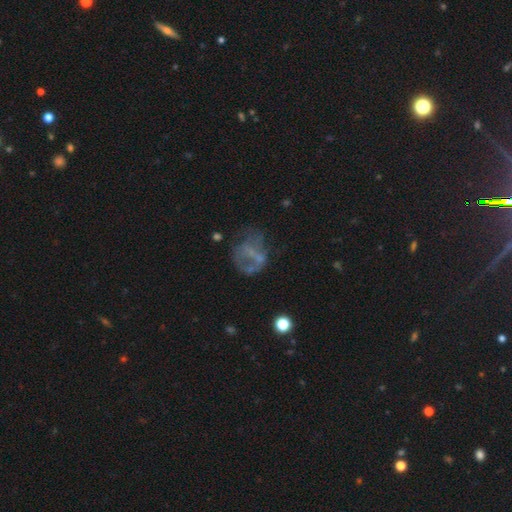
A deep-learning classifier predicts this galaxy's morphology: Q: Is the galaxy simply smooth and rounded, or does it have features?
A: featured or disk — 51%.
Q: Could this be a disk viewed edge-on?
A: no — 97%.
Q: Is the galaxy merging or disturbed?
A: none — 41%.